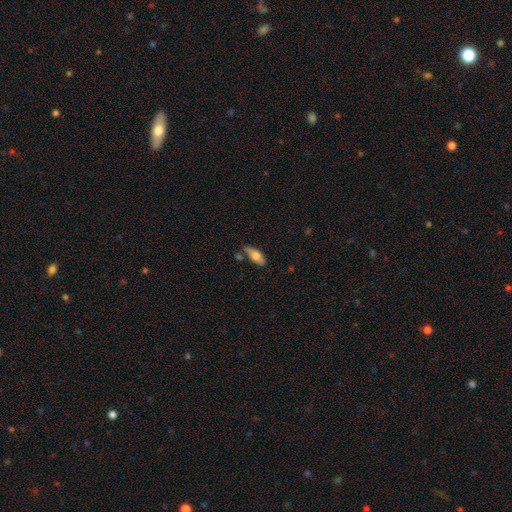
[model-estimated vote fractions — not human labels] Smooth or featured? smooth (74%)
How rounded? in between (80%)
Merging? none (66%)